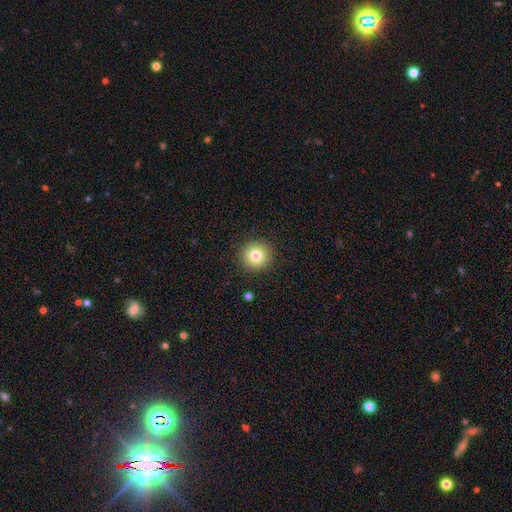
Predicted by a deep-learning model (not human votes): This appears to be a smooth galaxy with no disk features (81%) that is round (94%). Merging: none (92%).